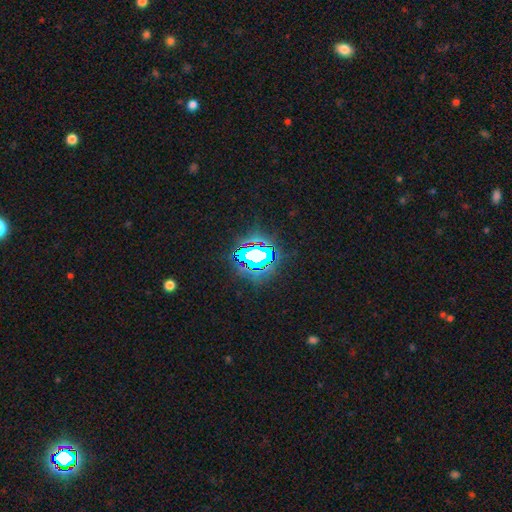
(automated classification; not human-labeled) smooth-or-featured: star or artifact: 68% | smooth: 17% | featured or disk: 14%